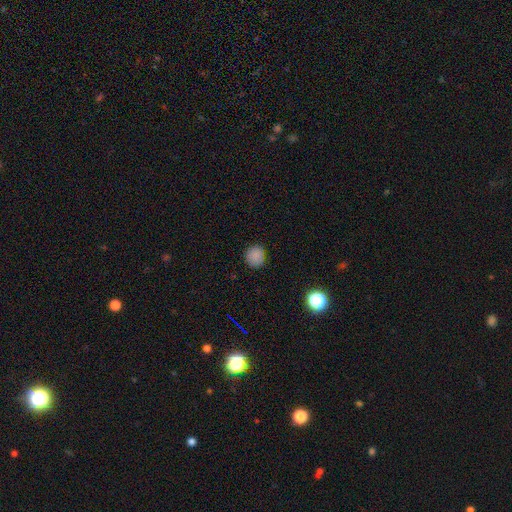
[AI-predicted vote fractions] The model was most divided on "smooth or featured": smooth: 83%, star or artifact: 13%, featured or disk: 4%. More confident: how rounded — round (89%); merging — none (87%).